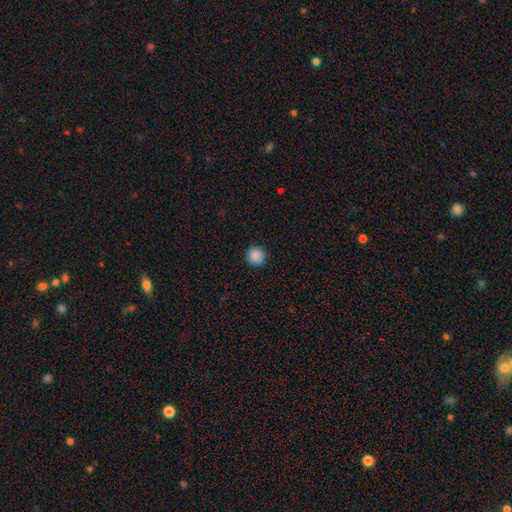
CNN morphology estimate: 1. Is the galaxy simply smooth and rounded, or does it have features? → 86% smooth, 10% star or artifact, 4% featured or disk.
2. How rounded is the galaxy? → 94% round, 5% in between, 1% cigar-shaped.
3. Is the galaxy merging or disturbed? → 88% none, 9% minor disturbance, 2% major disturbance, 1% merger.